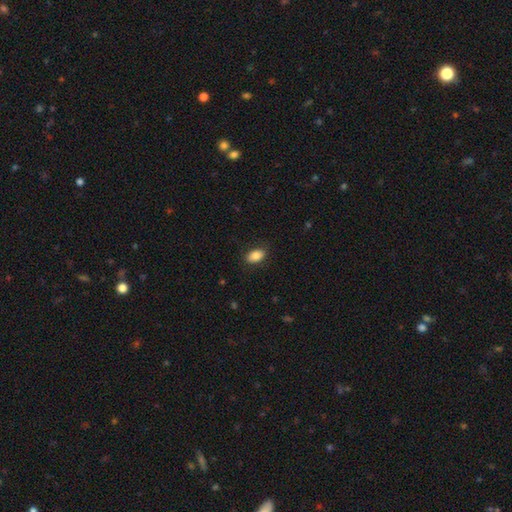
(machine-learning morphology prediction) A smooth galaxy with no disk features (85%) that is in between round and cigar-shaped (89%).

Vote fractions:
- Smooth or featured? smooth: 85% / star or artifact: 8% / featured or disk: 7%
- How rounded? in between: 89% / round: 9% / cigar-shaped: 2%
- Merging? none: 85% / minor disturbance: 11% / major disturbance: 3% / merger: 1%